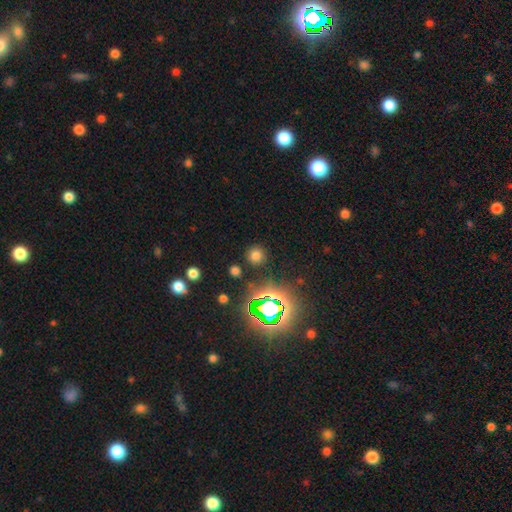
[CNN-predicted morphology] A smooth galaxy with no disk features (68%) that is round (91%). Merging: none (86%).